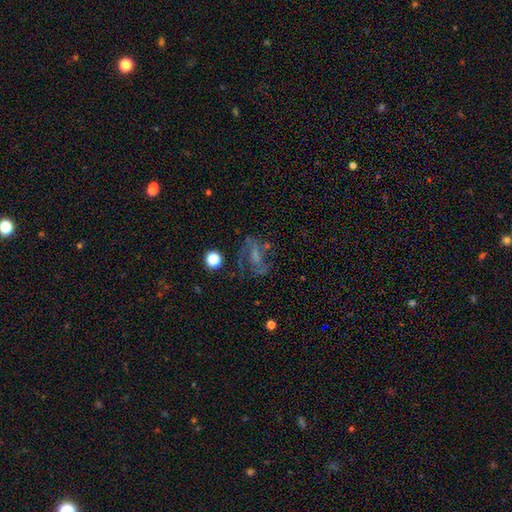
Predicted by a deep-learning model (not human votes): Smooth or featured: featured or disk — 61% (smooth — 22%)
Edge-on disk: no — 95% (yes — 5%)
Bar: weak — 41% (no — 38%)
Spiral arms: yes — 77% (no — 23%)
Bulge size: none — 38% (small — 30%)
Merging: none — 51% (major disturbance — 25%)